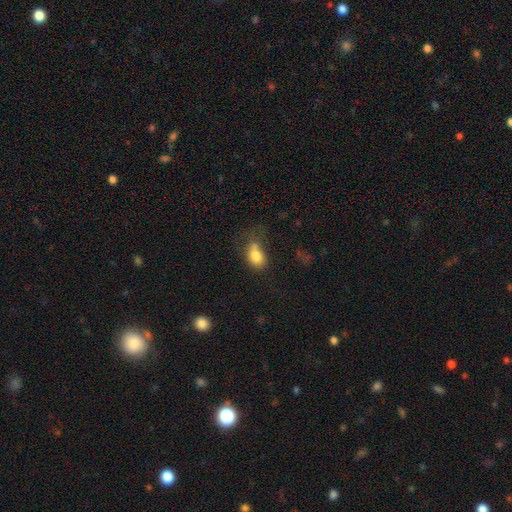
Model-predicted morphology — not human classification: Smooth or featured? Predicted: smooth (p=0.79). How rounded? Predicted: in between (p=0.76). Merging? Predicted: none (p=0.37).